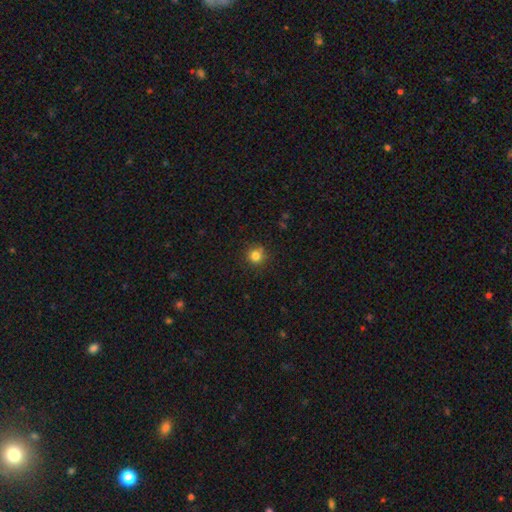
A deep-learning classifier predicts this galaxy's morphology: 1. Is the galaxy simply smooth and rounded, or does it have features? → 82% smooth, 13% star or artifact, 5% featured or disk.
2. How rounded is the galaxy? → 94% round, 6% in between, 1% cigar-shaped.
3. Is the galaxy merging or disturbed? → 86% none, 10% minor disturbance, 2% major disturbance, 2% merger.